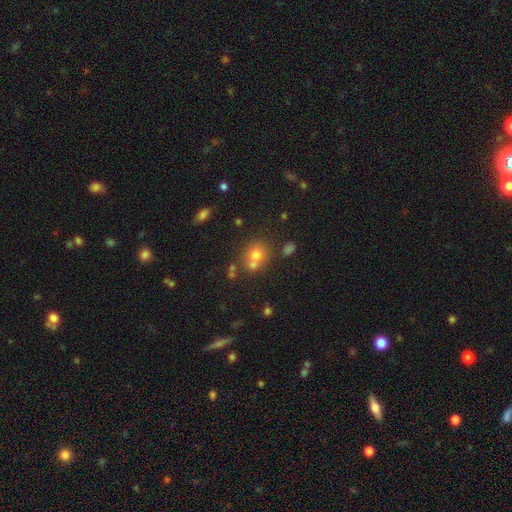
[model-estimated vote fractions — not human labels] A smooth galaxy with no disk features (65%) that is round (80%). Merging: none (51%).